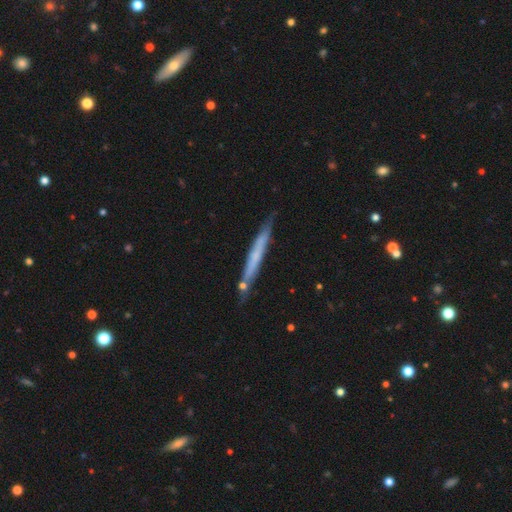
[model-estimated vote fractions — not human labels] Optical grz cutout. It shows a featured or disk galaxy (48%). Merging: none (77%).